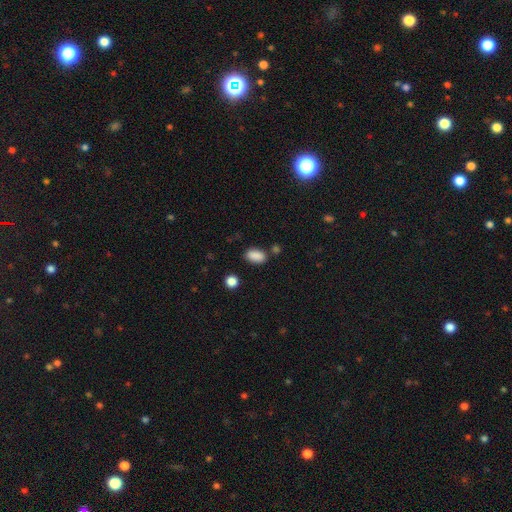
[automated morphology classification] Smooth or featured? Predicted: smooth (p=0.88). How rounded? Predicted: in between (p=0.90). Merging? Predicted: none (p=0.76).